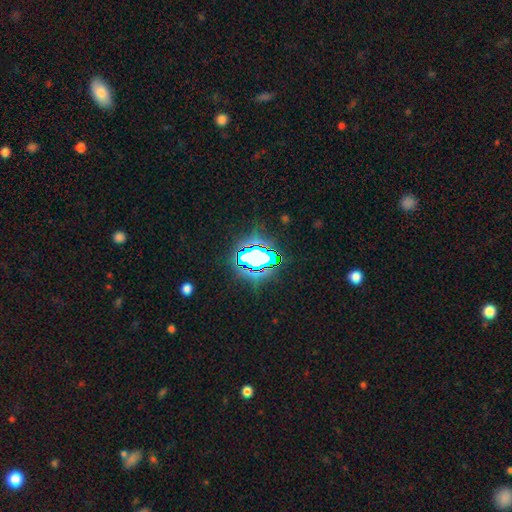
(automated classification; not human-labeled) Smooth or featured: star or artifact — 80% (smooth — 13%)